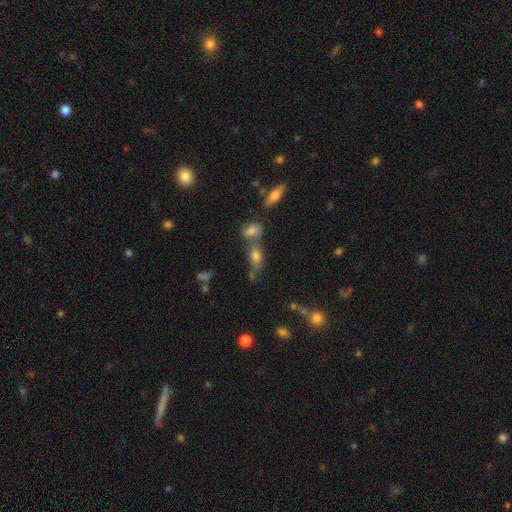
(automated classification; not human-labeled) Overall: smooth (63%). How rounded: in between (69%). Merging: none (46%; merger 35%).